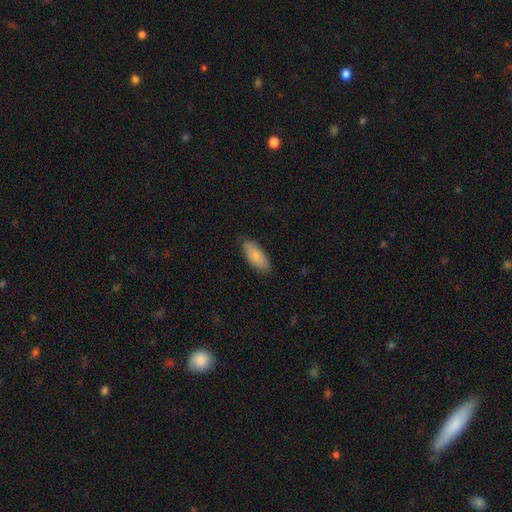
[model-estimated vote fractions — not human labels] Overall: smooth (80%). How rounded: in between (86%). Merging: none (82%).